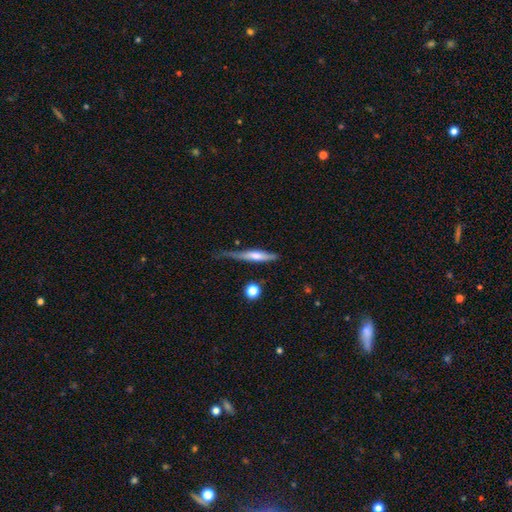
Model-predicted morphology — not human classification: smooth_or_featured: smooth (p=0.49) [alt: featured or disk p=0.45]
merging: none (p=0.49) [alt: minor disturbance p=0.32]